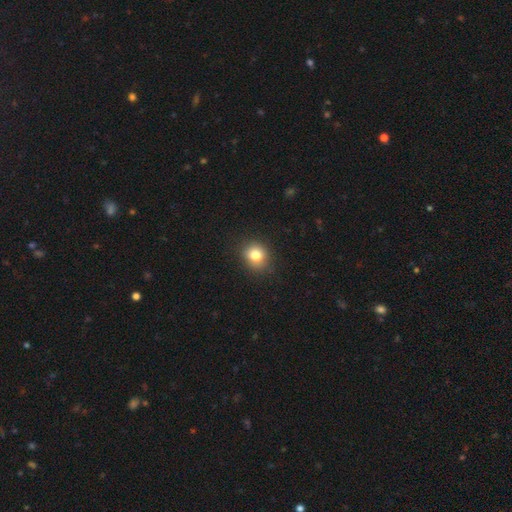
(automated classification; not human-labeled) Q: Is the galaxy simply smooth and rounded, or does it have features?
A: smooth — 81%.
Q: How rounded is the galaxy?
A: round — 75%.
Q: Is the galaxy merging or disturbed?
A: none — 86%.